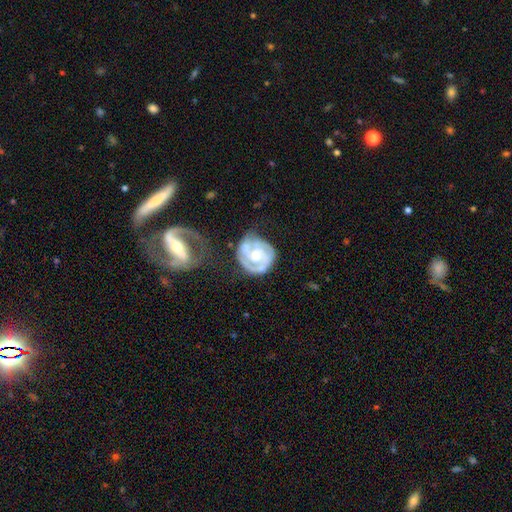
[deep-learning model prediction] smooth_or_featured: featured or disk (p=0.85) [alt: smooth p=0.11]
disk_edge_on: no (p=0.98) [alt: yes p=0.02]
bar: no (p=0.64) [alt: weak p=0.28]
has_spiral_arms: yes (p=0.95) [alt: no p=0.05]
spiral_winding: tight (p=0.66) [alt: medium p=0.28]
spiral_arm_count: 2 (p=0.49) [alt: 3 p=0.22]
bulge_size: moderate (p=0.60) [alt: small p=0.28]
merging: none (p=0.53) [alt: minor disturbance p=0.25]